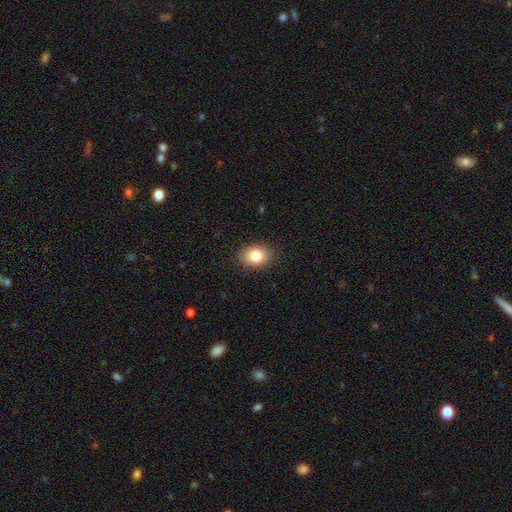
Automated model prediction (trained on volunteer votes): Smooth or featured? Predicted: smooth (p=0.83). How rounded? Predicted: in between (p=0.75). Merging? Predicted: none (p=0.87).